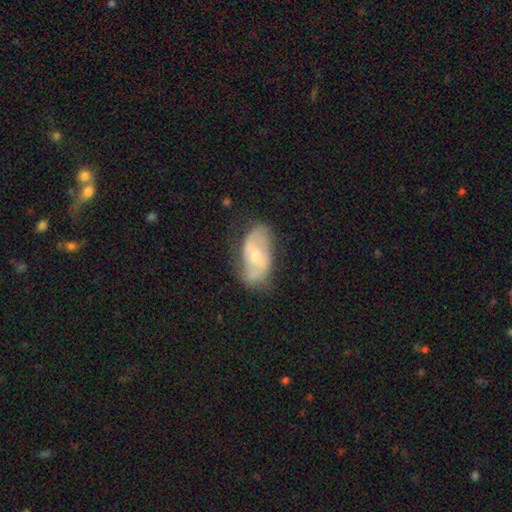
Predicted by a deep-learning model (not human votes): A featured or disk galaxy (69%) with no bar (52%), 2 (79%) medium (46%) spiral arms (83%) and a moderate central bulge (52%). Merging: none (68%).